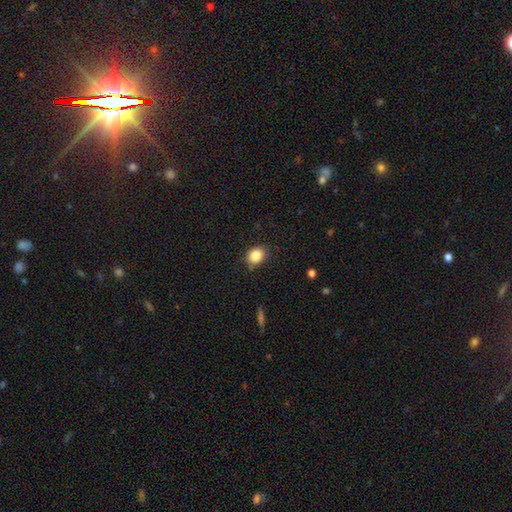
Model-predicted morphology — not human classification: Overall: smooth (85%). How rounded: round (50%; in between 49%). Merging: none (79%).